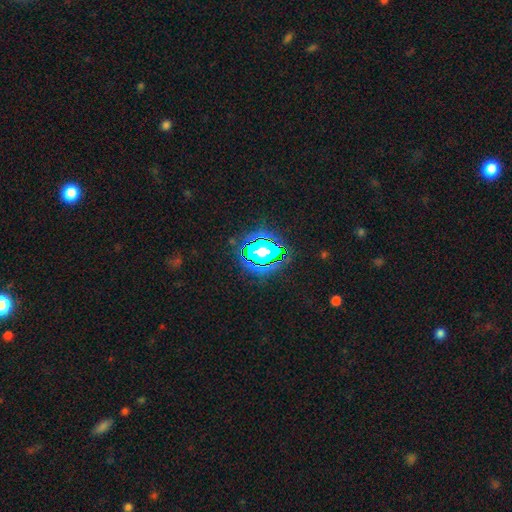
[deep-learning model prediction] This is clearly a star or artifact rather than a galaxy (80%).